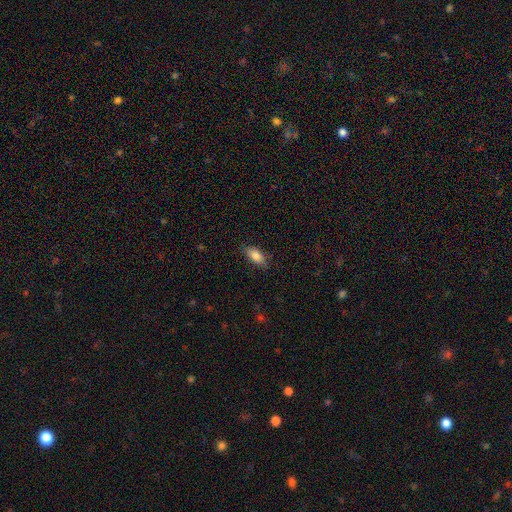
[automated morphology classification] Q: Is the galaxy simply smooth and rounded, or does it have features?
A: smooth — 83%.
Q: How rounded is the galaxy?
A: in between — 85%.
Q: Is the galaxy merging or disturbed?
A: none — 82%.